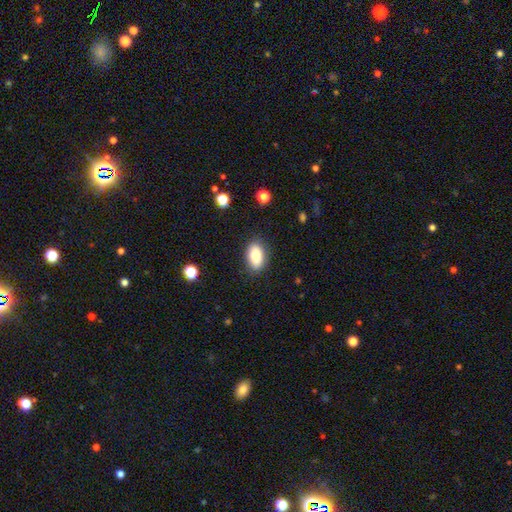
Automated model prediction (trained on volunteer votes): Q: Smooth or featured?
A: smooth (84%); runner-up: featured or disk (8%)
Q: How rounded?
A: in between (90%); runner-up: round (7%)
Q: Merging?
A: none (86%); runner-up: minor disturbance (10%)